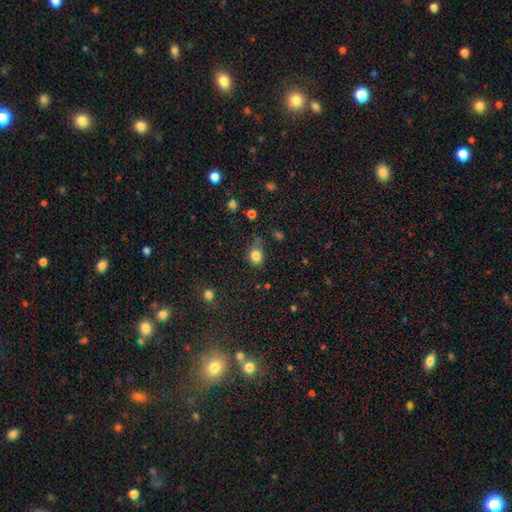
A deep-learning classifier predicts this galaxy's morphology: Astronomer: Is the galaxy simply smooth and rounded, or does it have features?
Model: smooth — 83%.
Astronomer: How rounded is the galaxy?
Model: round — 59% (runner-up: in between, 40%).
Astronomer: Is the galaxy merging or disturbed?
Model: none — 62%.